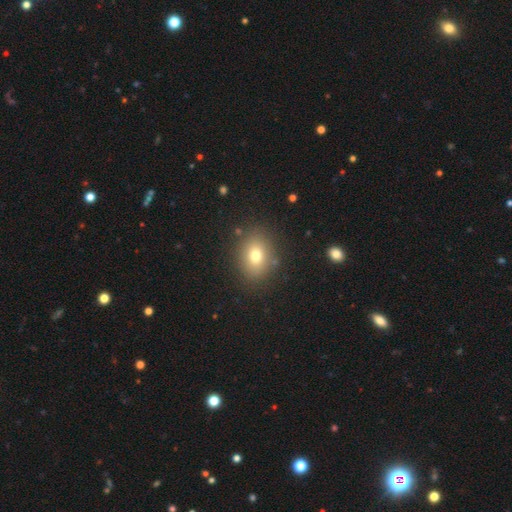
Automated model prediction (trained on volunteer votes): Smooth or featured? smooth (75%)
How rounded? in between (59%)
Merging? none (85%)